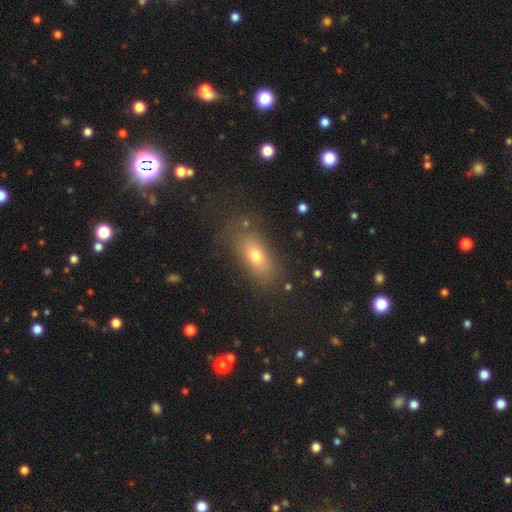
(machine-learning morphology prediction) This appears to be a smooth galaxy with no disk features (72%) that is in between round and cigar-shaped (80%). Merging: none (75%).